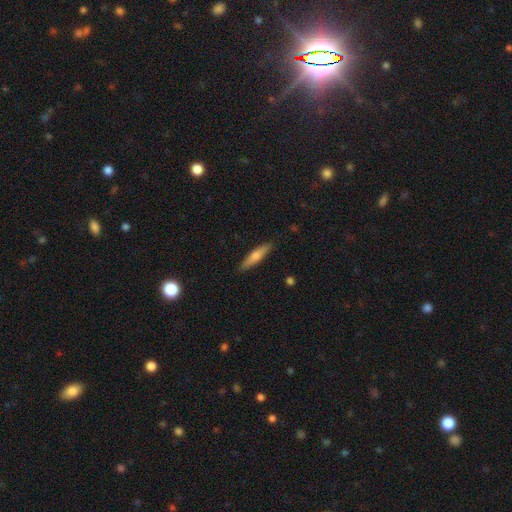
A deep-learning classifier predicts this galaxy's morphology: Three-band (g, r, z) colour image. It shows a smooth galaxy with no disk features (58%) that is cigar-shaped (83%). Merging: none (89%).